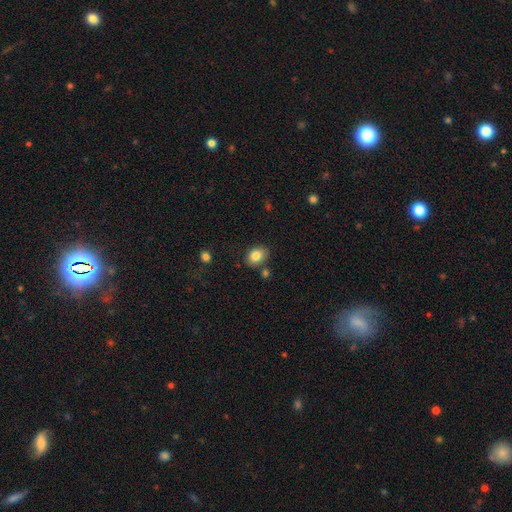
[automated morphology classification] smooth 83%, star or artifact 9%, featured or disk 8%. Down the decision tree: how rounded — in between (70%); merging — none (77%).